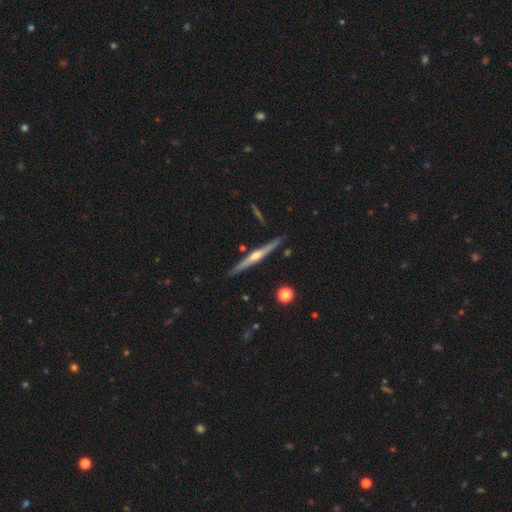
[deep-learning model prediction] Smooth or featured?
  - featured or disk: 74% *
  - smooth: 21%
  - star or artifact: 6%
Edge-on disk?
  - yes: 98% *
  - no: 2%
Edge-on bulge?
  - rounded: 84% *
  - none: 11%
  - boxy: 5%
Merging?
  - none: 89% *
  - minor disturbance: 8%
  - merger: 2%
  - major disturbance: 1%